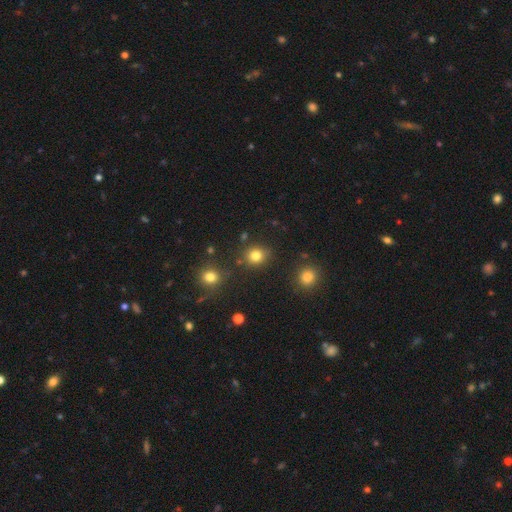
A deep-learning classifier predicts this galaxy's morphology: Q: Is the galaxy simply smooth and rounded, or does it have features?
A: smooth — 81%.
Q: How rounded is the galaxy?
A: round — 81%.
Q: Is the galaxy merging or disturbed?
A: none — 81%.